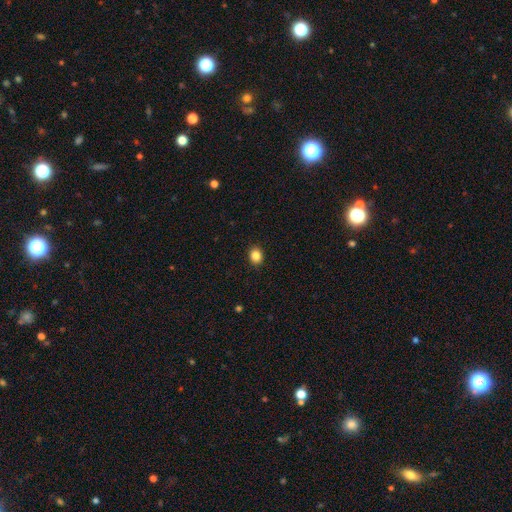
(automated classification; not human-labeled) Smooth or featured? Predicted: smooth (p=0.85). How rounded? Predicted: round (p=0.59). Merging? Predicted: none (p=0.90).